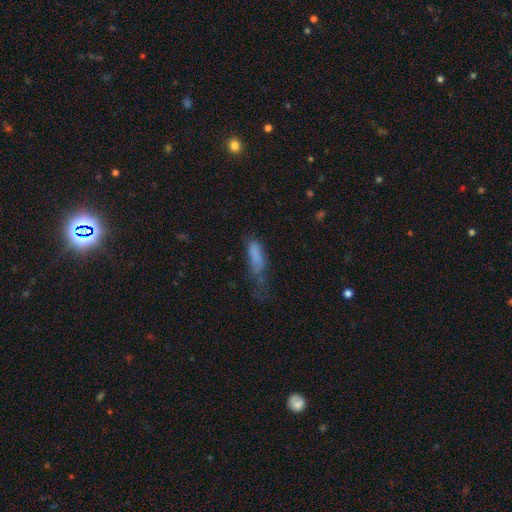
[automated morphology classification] A smooth galaxy with no disk features (70%) that is in between round and cigar-shaped (53%). Merging: major disturbance (42%).